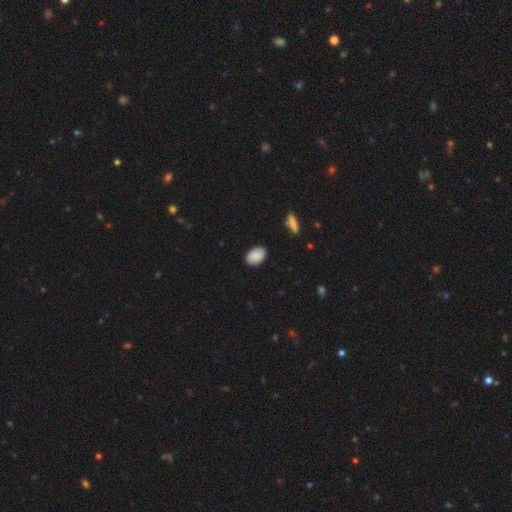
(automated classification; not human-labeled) A smooth galaxy with no disk features (89%) that is in between round and cigar-shaped (89%).

Vote fractions:
- Smooth or featured? smooth: 89% / star or artifact: 7% / featured or disk: 5%
- How rounded? in between: 89% / round: 10% / cigar-shaped: 1%
- Merging? none: 87% / minor disturbance: 10% / major disturbance: 2% / merger: 1%